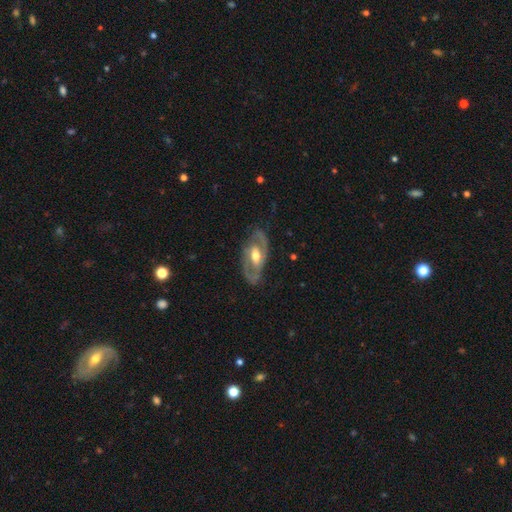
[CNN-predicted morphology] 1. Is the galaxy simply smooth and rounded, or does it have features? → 84% featured or disk, 12% smooth, 4% star or artifact.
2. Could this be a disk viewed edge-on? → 93% no, 7% yes.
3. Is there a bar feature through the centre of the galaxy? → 43% weak, 35% no, 22% strong.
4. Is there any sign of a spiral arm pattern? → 87% yes, 13% no.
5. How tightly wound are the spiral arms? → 50% medium, 31% tight, 19% loose.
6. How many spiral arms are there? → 87% 2, 7% can't tell, 2% 1, 2% 3, 1% 4, 1% more than 4.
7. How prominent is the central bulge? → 73% moderate, 14% small, 11% large, 1% none, 1% dominant.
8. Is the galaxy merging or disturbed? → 77% none, 16% minor disturbance, 6% major disturbance, 1% merger.